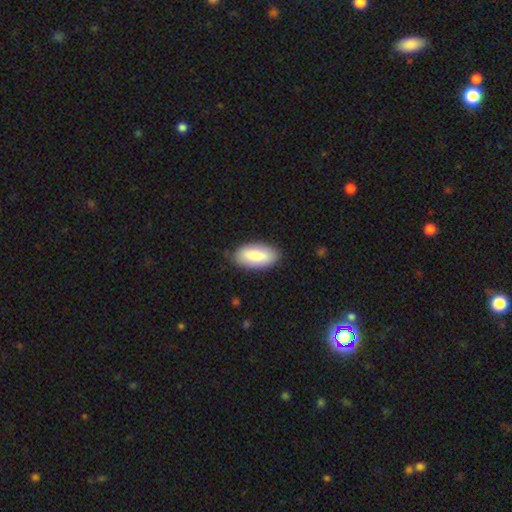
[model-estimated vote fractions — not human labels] A smooth galaxy with no disk features (85%) that is in between round and cigar-shaped (93%). Merging: none (83%).